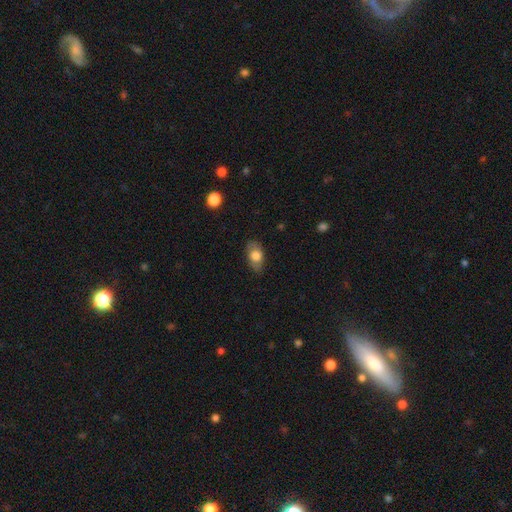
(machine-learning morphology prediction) This appears to be a smooth galaxy with no disk features (71%) that is in between round and cigar-shaped (89%). Merging: none (79%).